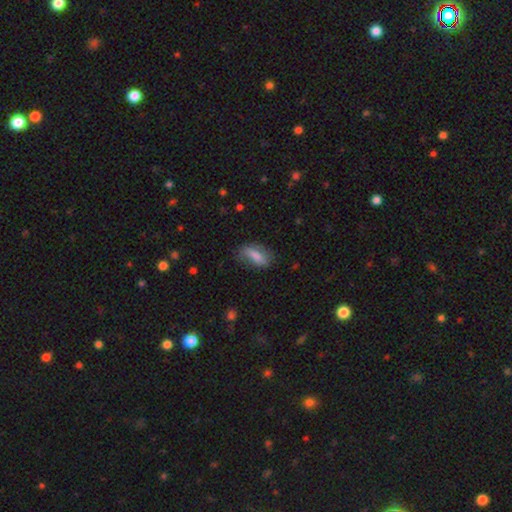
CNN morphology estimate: This appears to be a smooth galaxy with no disk features (73%) that is in between round and cigar-shaped (78%). Merging: none (64%).